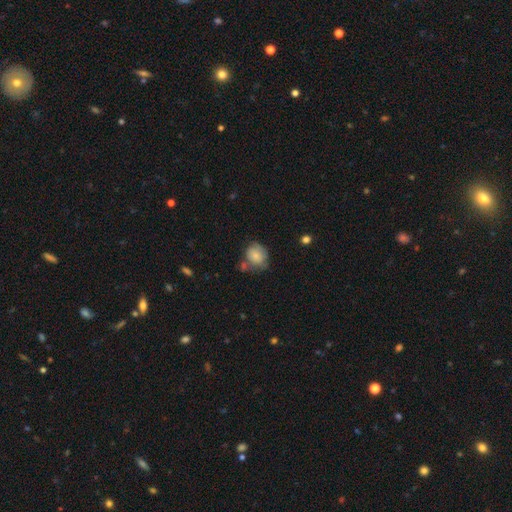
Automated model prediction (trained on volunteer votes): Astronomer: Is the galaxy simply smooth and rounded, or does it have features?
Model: smooth — 75%.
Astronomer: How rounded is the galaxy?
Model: round — 69%.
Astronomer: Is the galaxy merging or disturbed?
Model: none — 49% (runner-up: minor disturbance, 28%).